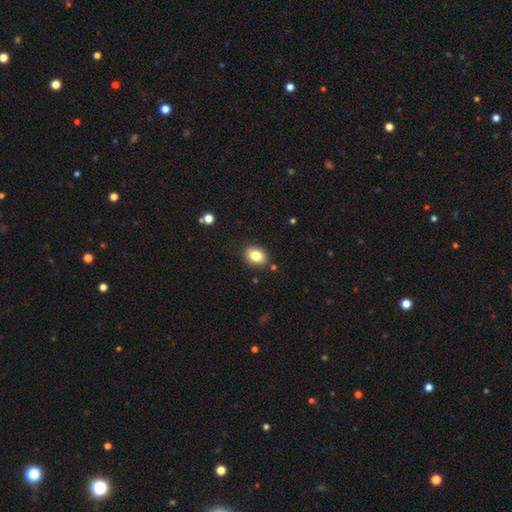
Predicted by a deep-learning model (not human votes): smooth_or_featured: smooth (p=0.82) [alt: star or artifact p=0.09]
how_rounded: in between (p=0.67) [alt: round p=0.32]
merging: none (p=0.86) [alt: minor disturbance p=0.09]